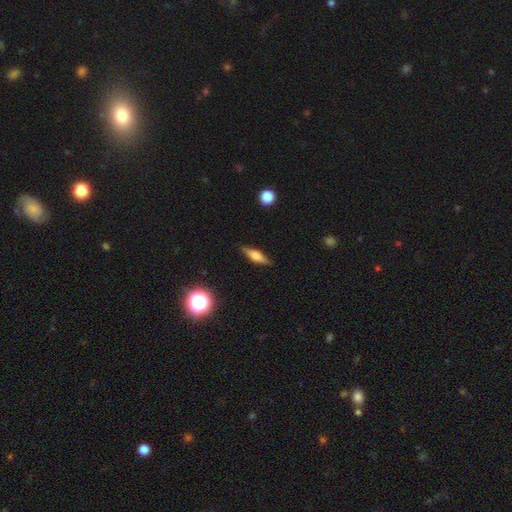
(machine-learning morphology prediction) The model was most divided on "smooth or featured": featured or disk: 53%, smooth: 39%, star or artifact: 8%. More confident: edge-on disk — yes (94%); merging — none (88%); edge-on bulge — rounded (86%).